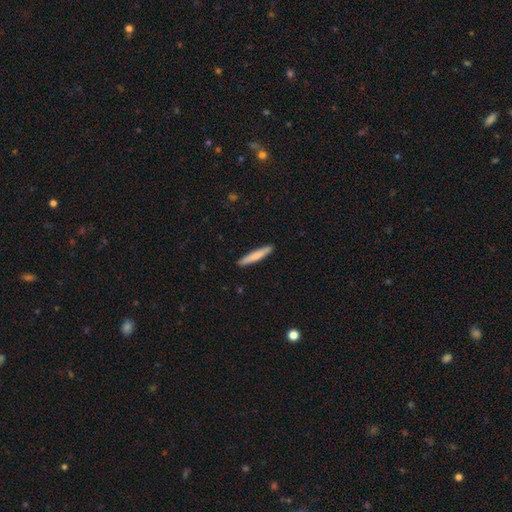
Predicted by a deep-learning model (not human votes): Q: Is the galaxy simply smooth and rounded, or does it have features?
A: smooth — 75%.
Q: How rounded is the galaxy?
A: cigar-shaped — 93%.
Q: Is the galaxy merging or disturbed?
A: none — 90%.